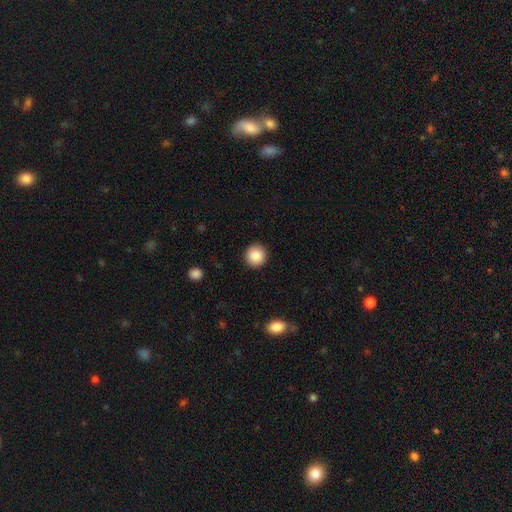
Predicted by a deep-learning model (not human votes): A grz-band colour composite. It shows a smooth galaxy with no disk features (86%) that is round (94%). Merging: none (92%).